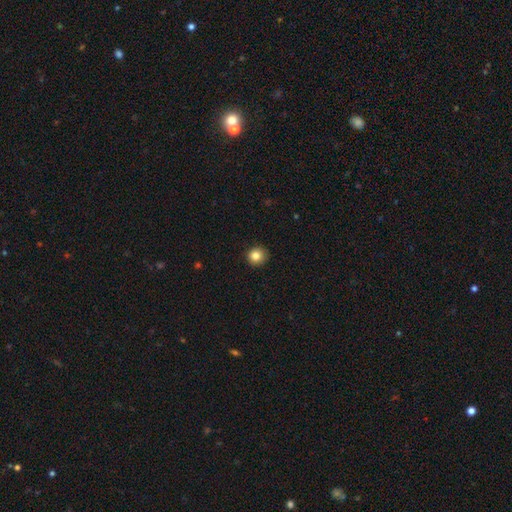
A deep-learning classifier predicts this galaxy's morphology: smooth 84%, star or artifact 10%, featured or disk 5%. Down the decision tree: how rounded — round (90%); merging — none (89%).